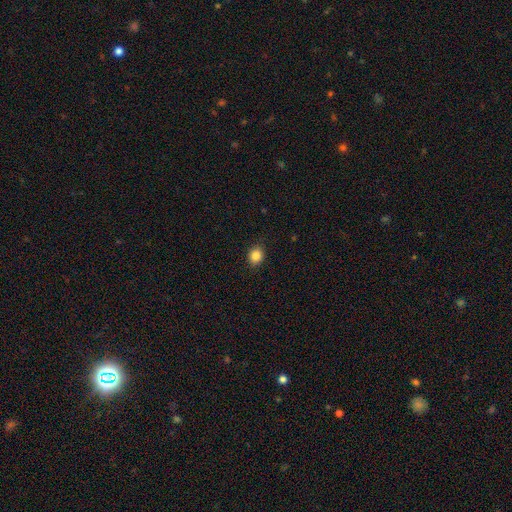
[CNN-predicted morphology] This is clearly a smooth galaxy (86%). How rounded: likely round (65%). Merging: clearly none (87%).